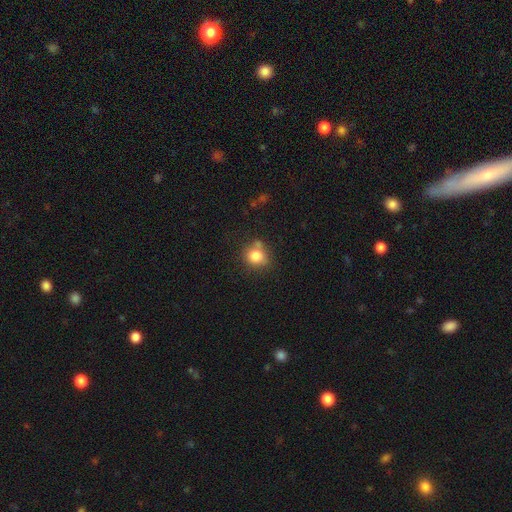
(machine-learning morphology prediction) A smooth galaxy with no disk features (80%) that is round (77%). Merging: none (62%).